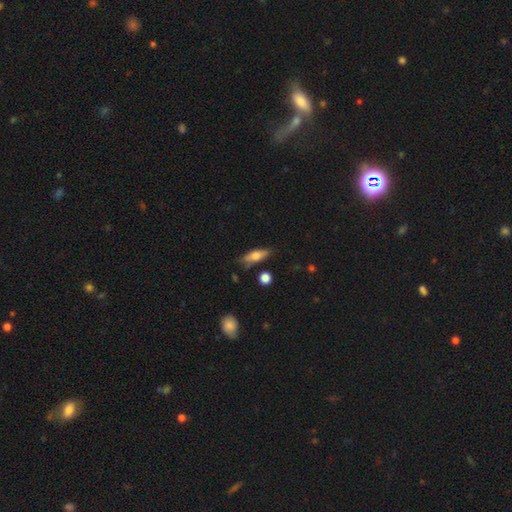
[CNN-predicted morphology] A smooth galaxy with no disk features (61%) that is in between round and cigar-shaped (56%).

Vote fractions:
- Smooth or featured? smooth: 61% / featured or disk: 32% / star or artifact: 7%
- How rounded? in between: 56% / cigar-shaped: 40% / round: 4%
- Merging? none: 70% / minor disturbance: 21% / major disturbance: 5% / merger: 4%